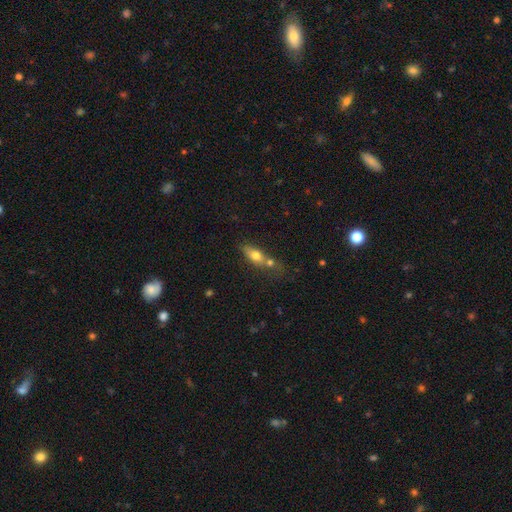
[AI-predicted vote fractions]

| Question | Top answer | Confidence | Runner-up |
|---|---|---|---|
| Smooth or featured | smooth | 68% | featured or disk (24%) |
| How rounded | in between | 65% | cigar-shaped (28%) |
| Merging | merger | 42% | none (37%) |